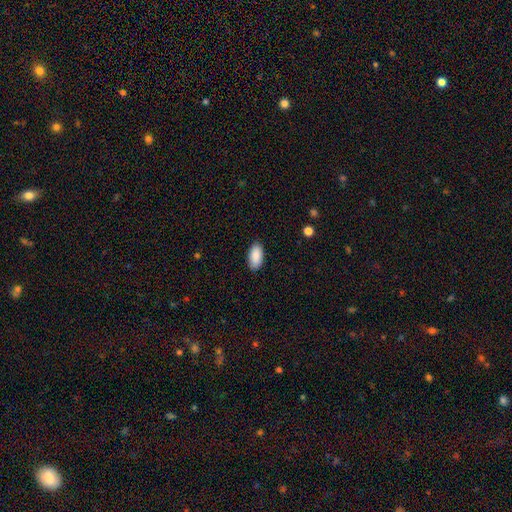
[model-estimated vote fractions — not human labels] smooth 90%, star or artifact 6%, featured or disk 4%. Down the decision tree: how rounded — in between (94%); merging — none (89%).